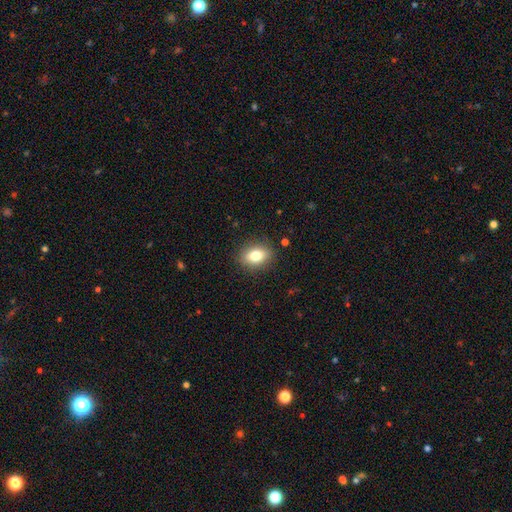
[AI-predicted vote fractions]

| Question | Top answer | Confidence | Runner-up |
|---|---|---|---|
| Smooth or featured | smooth | 80% | featured or disk (11%) |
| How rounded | in between | 71% | round (27%) |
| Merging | none | 87% | minor disturbance (9%) |